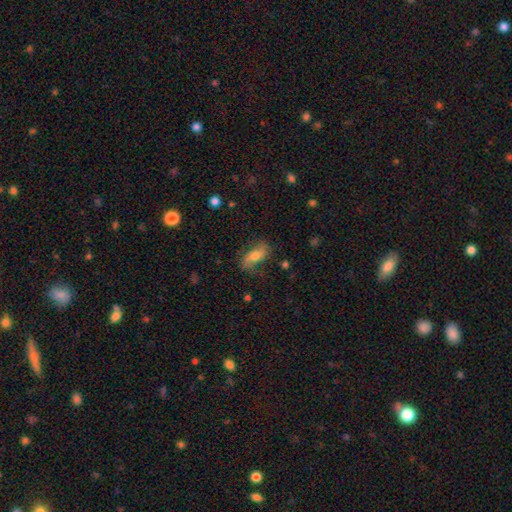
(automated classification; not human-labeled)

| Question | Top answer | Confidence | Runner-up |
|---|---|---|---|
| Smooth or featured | smooth | 55% | featured or disk (37%) |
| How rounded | in between | 82% | cigar-shaped (14%) |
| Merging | none | 71% | minor disturbance (20%) |